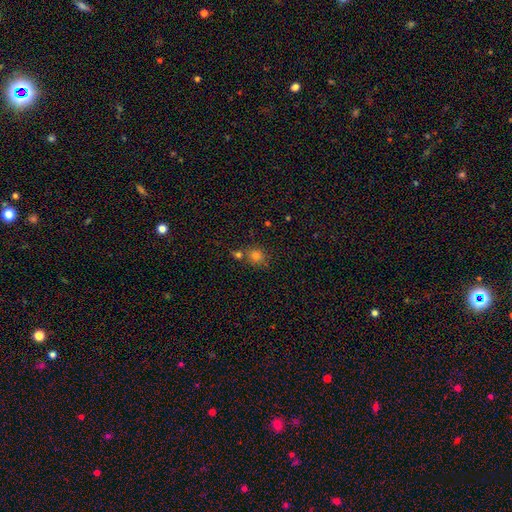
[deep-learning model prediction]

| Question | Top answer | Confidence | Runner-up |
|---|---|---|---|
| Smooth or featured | smooth | 76% | star or artifact (16%) |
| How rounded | round | 79% | in between (19%) |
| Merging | none | 61% | merger (24%) |